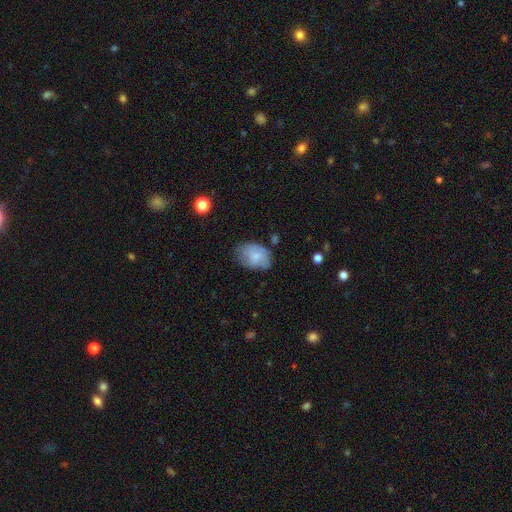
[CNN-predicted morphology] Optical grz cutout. It shows a smooth galaxy with no disk features (72%) that is in between round and cigar-shaped (79%). Merging: none (53%).